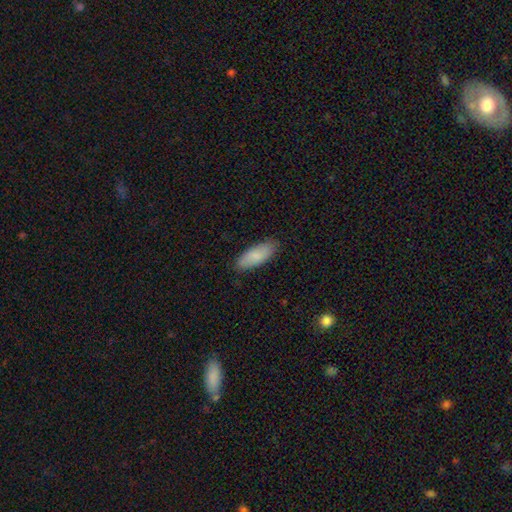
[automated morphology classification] Smooth or featured? Predicted: smooth (p=0.85). How rounded? Predicted: in between (p=0.74). Merging? Predicted: none (p=0.85).